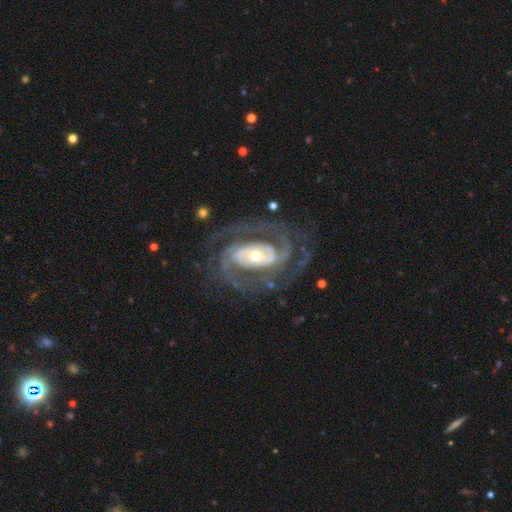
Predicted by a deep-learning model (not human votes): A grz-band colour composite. It shows a featured or disk galaxy (90%) with no bar (37%), 2 (69%) tight (54%) spiral arms (97%) and a small central bulge (50%). Merging: none (74%).